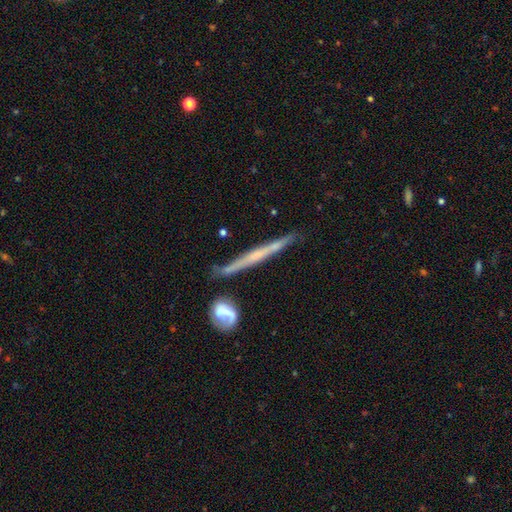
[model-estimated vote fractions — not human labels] featured or disk 65%, smooth 28%, star or artifact 7%. Down the decision tree: edge-on disk — yes (95%); edge-on bulge — none (66%); merging — none (79%).